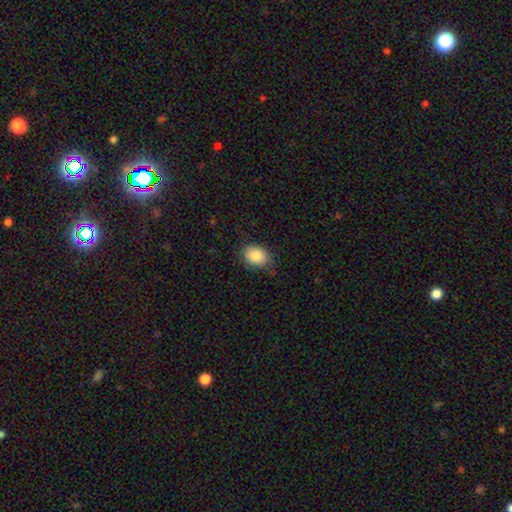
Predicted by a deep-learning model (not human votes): smooth-or-featured: smooth: 85% | star or artifact: 8% | featured or disk: 7%
  how-rounded: in between: 65% | round: 35% | cigar-shaped: 1%
  merging: none: 74% | minor disturbance: 21% | major disturbance: 4% | merger: 1%